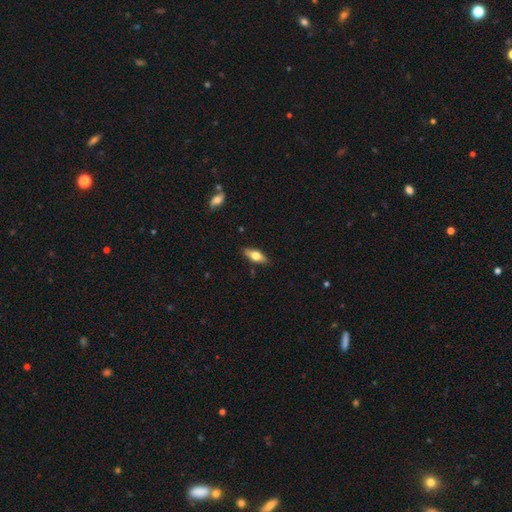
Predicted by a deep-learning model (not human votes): Smooth or featured?
  - smooth: 61% *
  - featured or disk: 32%
  - star or artifact: 6%
How rounded?
  - in between: 71% *
  - cigar-shaped: 26%
  - round: 3%
Merging?
  - none: 85% *
  - minor disturbance: 11%
  - major disturbance: 2%
  - merger: 1%